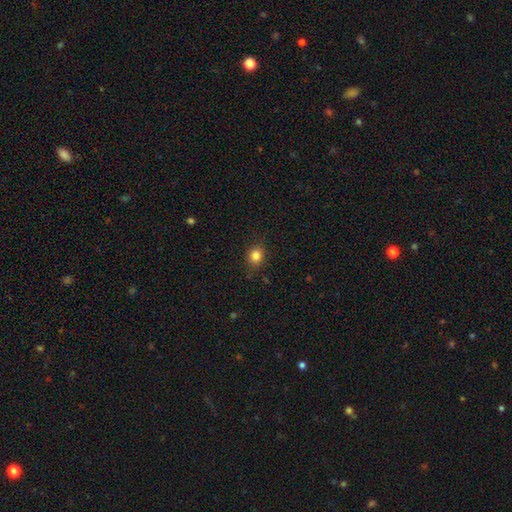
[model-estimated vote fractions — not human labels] smooth 83%, star or artifact 12%, featured or disk 5%. Down the decision tree: how rounded — round (68%); merging — none (86%).